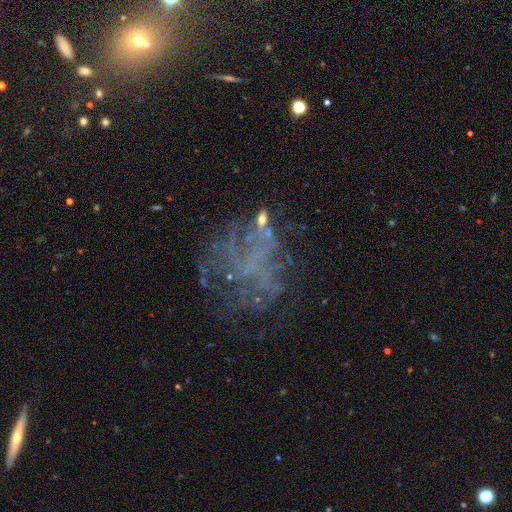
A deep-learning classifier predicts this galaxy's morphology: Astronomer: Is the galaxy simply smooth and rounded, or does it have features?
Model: featured or disk — 48% (runner-up: star or artifact, 33%).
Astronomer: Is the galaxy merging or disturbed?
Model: none — 51% (runner-up: major disturbance, 28%).